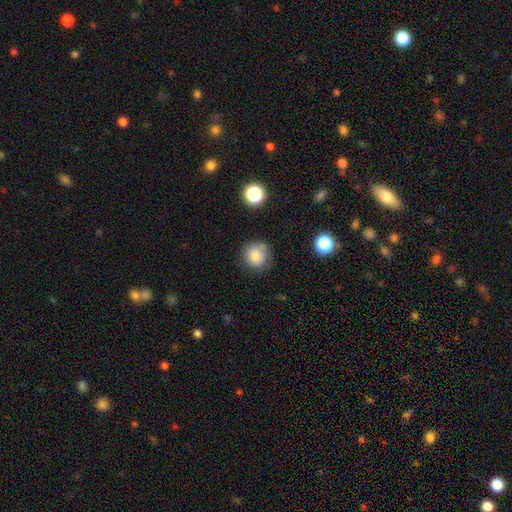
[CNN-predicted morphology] smooth-or-featured: smooth: 83% | star or artifact: 10% | featured or disk: 7%
  how-rounded: round: 90% | in between: 9% | cigar-shaped: 1%
  merging: none: 73% | minor disturbance: 19% | major disturbance: 5% | merger: 3%